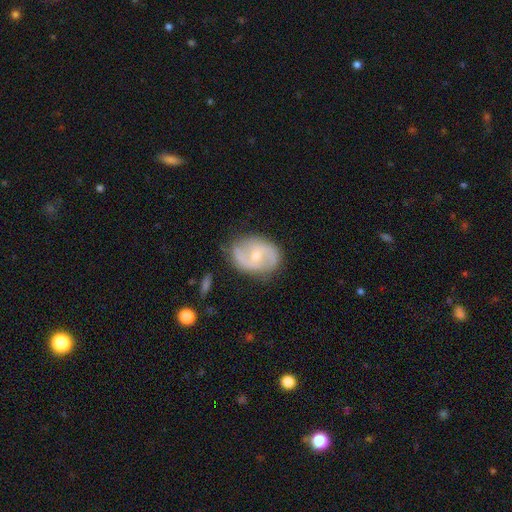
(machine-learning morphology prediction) A featured or disk galaxy (77%) with no bar (45%), 2 (86%) medium (47%) spiral arms (89%) and a small central bulge (51%). Merging: none (74%).